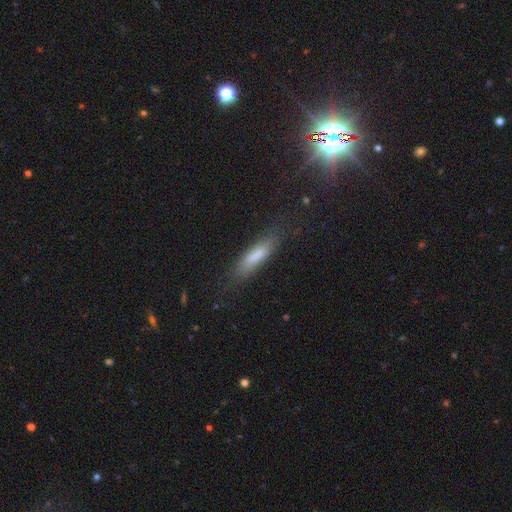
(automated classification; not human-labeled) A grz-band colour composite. It shows a smooth galaxy with no disk features (76%) that is cigar-shaped (73%). Merging: none (79%).